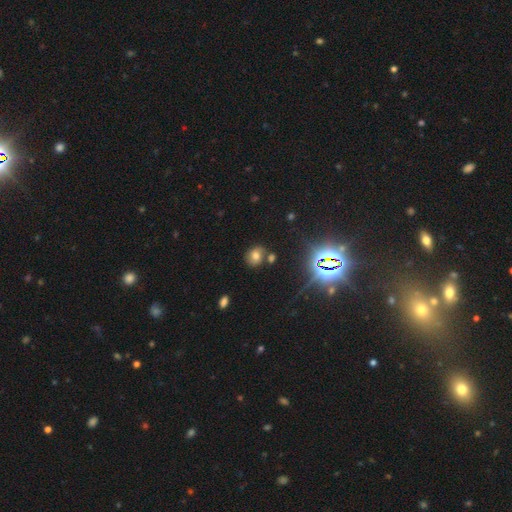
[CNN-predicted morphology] A smooth galaxy with no disk features (59%) that is round (59%).

Vote fractions:
- Smooth or featured? smooth: 59% / star or artifact: 25% / featured or disk: 16%
- How rounded? round: 59% / in between: 39% / cigar-shaped: 1%
- Merging? none: 71% / minor disturbance: 13% / merger: 12% / major disturbance: 4%